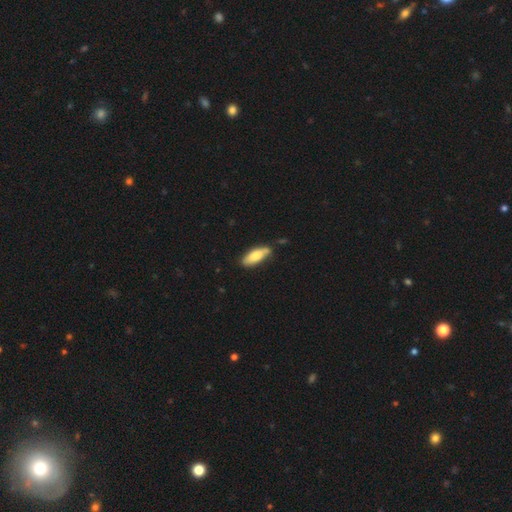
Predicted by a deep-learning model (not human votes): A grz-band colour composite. It shows a smooth galaxy with no disk features (75%) that is in between round and cigar-shaped (66%). Merging: none (69%).